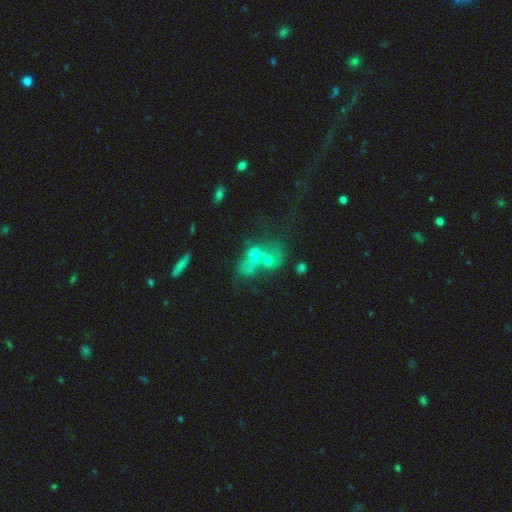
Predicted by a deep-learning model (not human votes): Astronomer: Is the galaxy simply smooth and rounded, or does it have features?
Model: smooth — 41% (runner-up: featured or disk, 38%).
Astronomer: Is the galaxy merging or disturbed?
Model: merger — 62%.